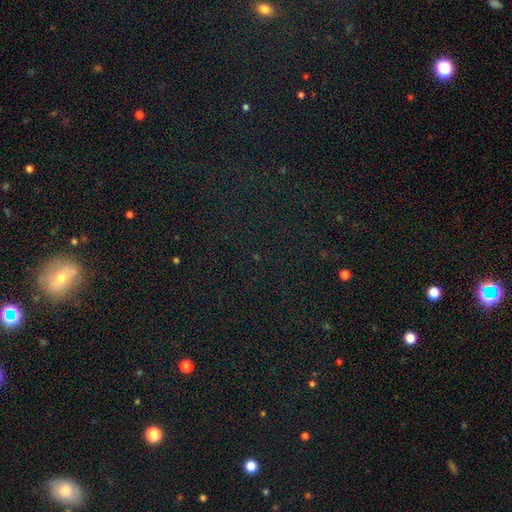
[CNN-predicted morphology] Overall: star or artifact (72%).